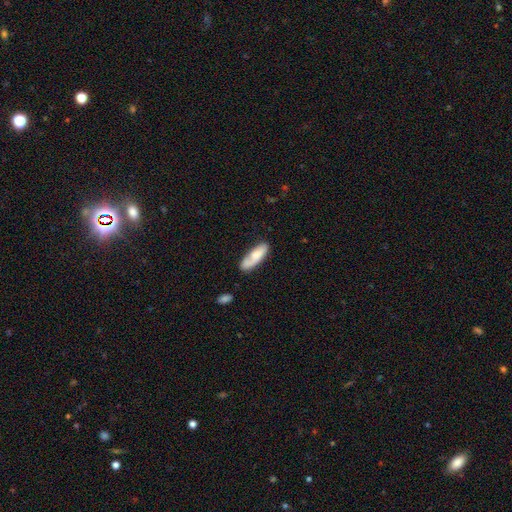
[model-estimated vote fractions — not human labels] Smooth or featured? Predicted: smooth (p=0.67). How rounded? Predicted: in between (p=0.58). Merging? Predicted: none (p=0.62).